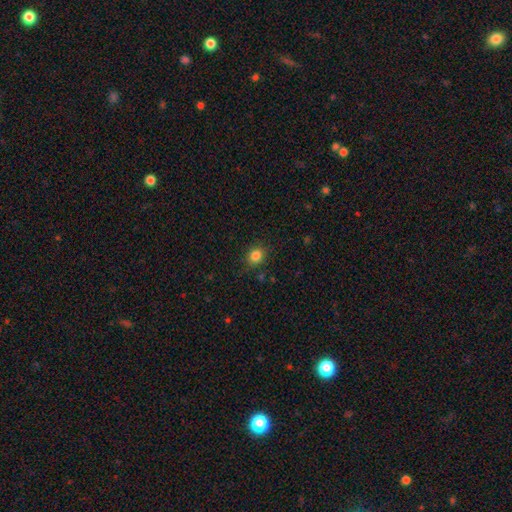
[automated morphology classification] type=smooth (84%); roundness=round (67%); merging=none (84%).